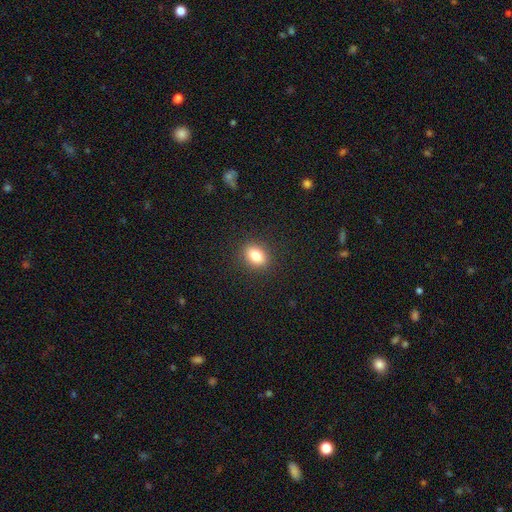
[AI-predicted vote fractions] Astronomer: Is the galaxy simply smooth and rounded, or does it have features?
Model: smooth — 83%.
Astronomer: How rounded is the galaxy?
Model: in between — 66%.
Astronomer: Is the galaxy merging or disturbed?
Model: none — 89%.